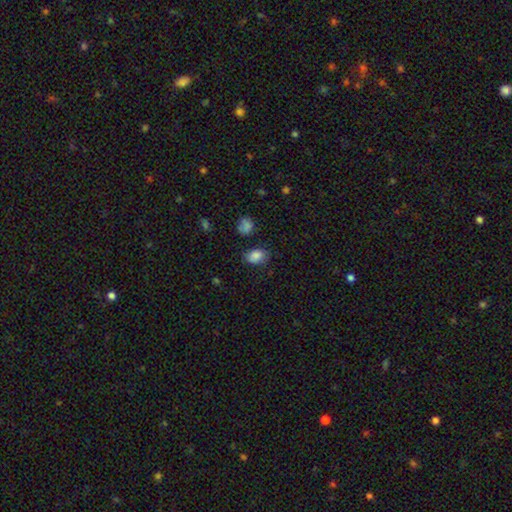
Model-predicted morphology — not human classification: A smooth galaxy with no disk features (84%) that is in between round and cigar-shaped (81%). Merging: none (74%).